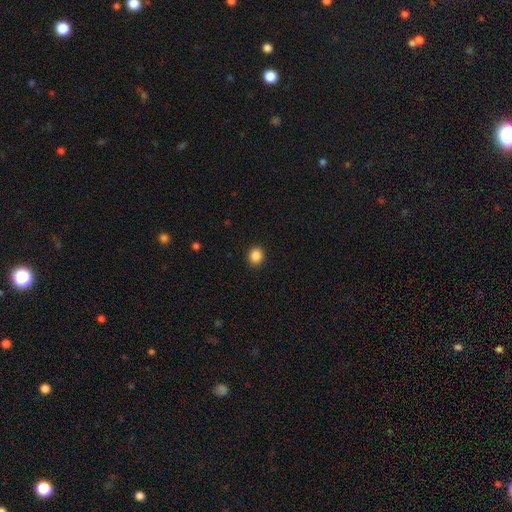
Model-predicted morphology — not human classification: Smooth or featured? Predicted: smooth (p=0.87). How rounded? Predicted: round (p=0.81). Merging? Predicted: none (p=0.92).